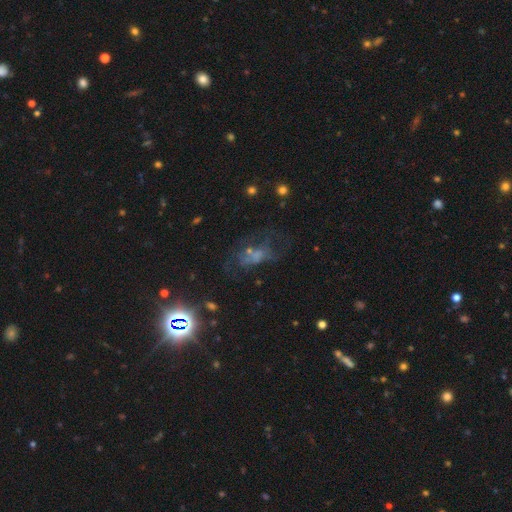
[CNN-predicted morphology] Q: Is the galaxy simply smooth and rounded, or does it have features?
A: featured or disk — 37%.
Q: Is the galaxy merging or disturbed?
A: none — 36%.